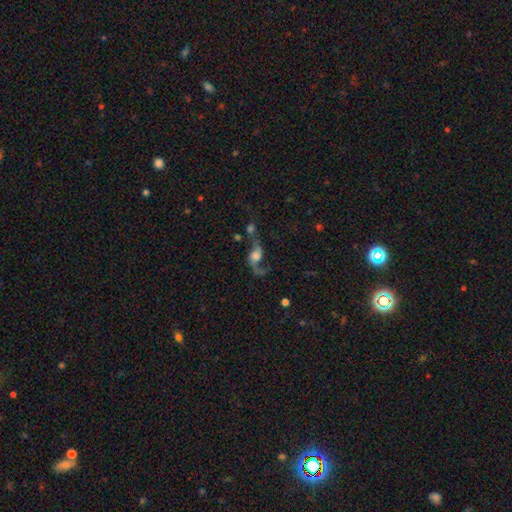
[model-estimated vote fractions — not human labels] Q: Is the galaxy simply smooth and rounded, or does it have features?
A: featured or disk — 74%.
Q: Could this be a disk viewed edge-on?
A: no — 93%.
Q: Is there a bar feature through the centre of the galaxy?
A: no — 62%.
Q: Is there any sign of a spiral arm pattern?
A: yes — 91%.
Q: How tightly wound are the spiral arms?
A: loose — 87%.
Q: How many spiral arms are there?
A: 2 — 84%.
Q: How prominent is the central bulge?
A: large — 35%.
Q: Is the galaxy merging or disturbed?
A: none — 42%.